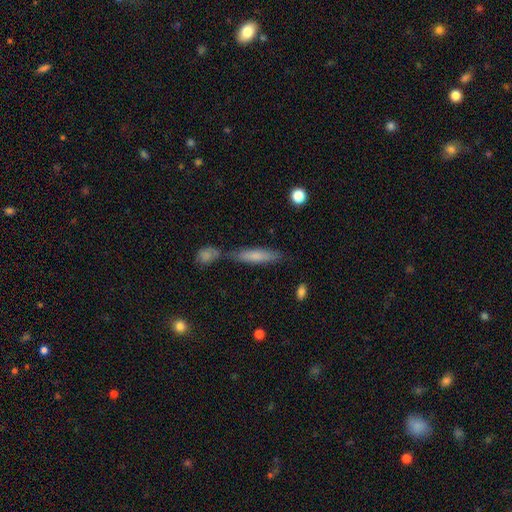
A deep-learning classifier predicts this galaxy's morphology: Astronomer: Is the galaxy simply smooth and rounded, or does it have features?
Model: smooth — 70%.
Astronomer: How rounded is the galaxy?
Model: cigar-shaped — 78%.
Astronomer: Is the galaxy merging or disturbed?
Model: none — 59%.